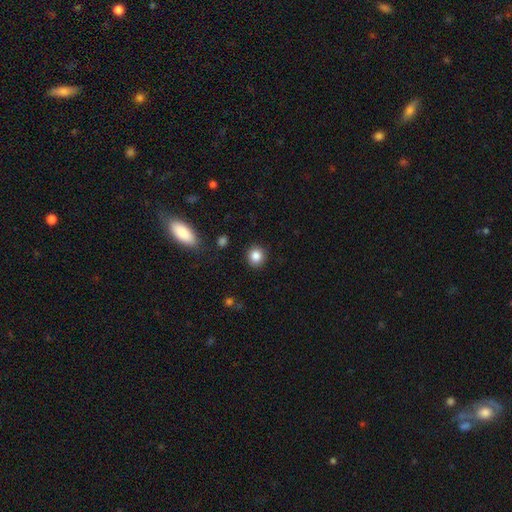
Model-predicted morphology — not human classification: type=smooth (85%); roundness=round (88%); merging=none (91%).